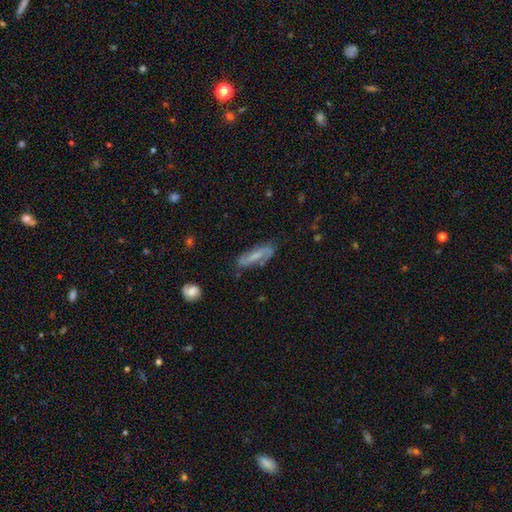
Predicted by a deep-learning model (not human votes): Q: Smooth or featured?
A: featured or disk (54%); runner-up: smooth (38%)
Q: Edge-on disk?
A: no (80%); runner-up: yes (20%)
Q: Merging?
A: none (73%); runner-up: minor disturbance (19%)